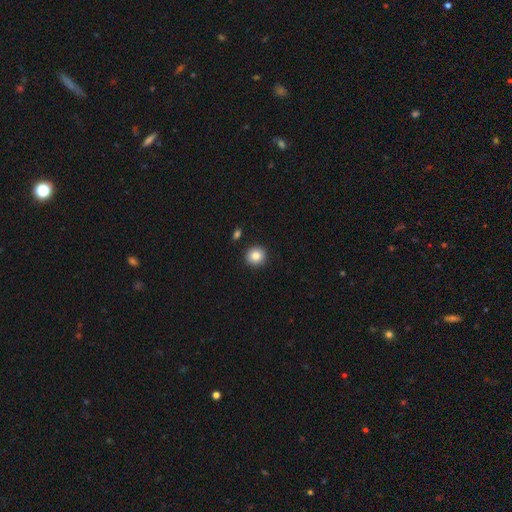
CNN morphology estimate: Overall: smooth (85%). How rounded: round (91%). Merging: none (91%).